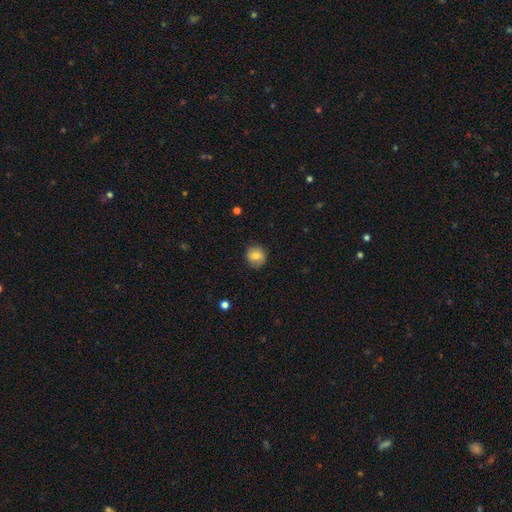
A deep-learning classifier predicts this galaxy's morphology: This appears to be a smooth galaxy with no disk features (74%) that is round (88%). Merging: none (85%).